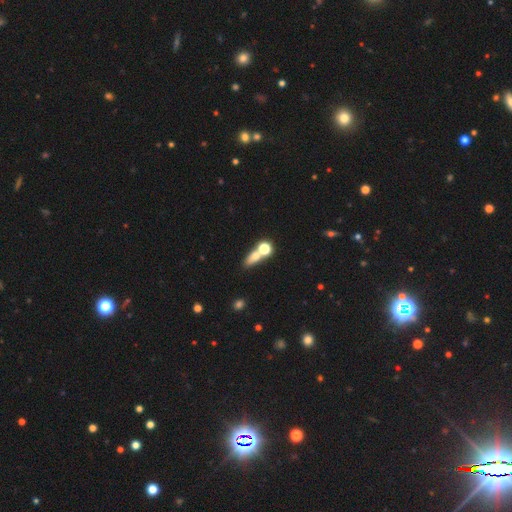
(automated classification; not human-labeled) This is likely a smooth galaxy (64%). How rounded: possibly in between (49%). Merging: marginally none (42%).